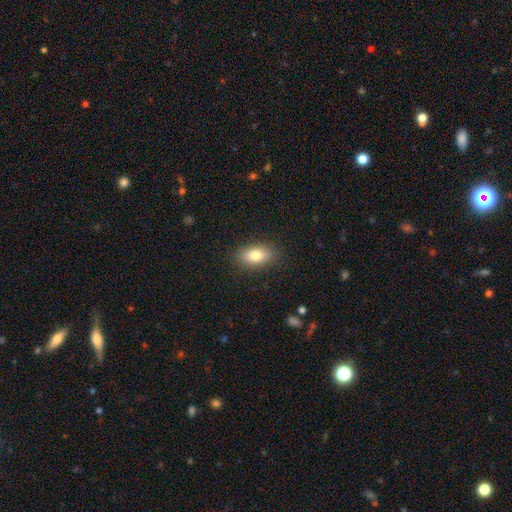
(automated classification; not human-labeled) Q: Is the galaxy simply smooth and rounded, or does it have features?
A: smooth — 80%.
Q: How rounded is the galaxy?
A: in between — 88%.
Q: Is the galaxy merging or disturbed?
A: none — 87%.